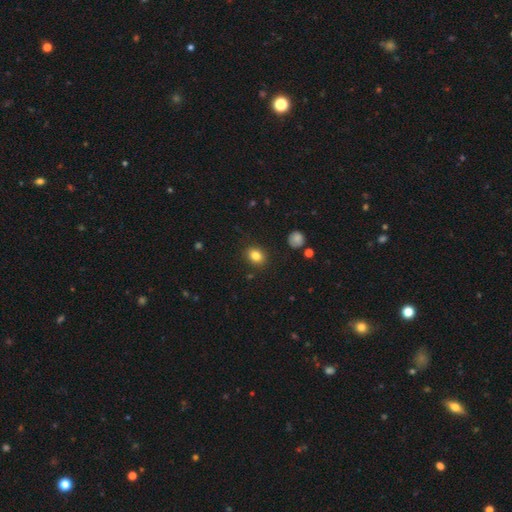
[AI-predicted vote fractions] Q: Smooth or featured?
A: smooth (83%); runner-up: star or artifact (11%)
Q: How rounded?
A: round (51%); runner-up: in between (48%)
Q: Merging?
A: none (88%); runner-up: minor disturbance (8%)